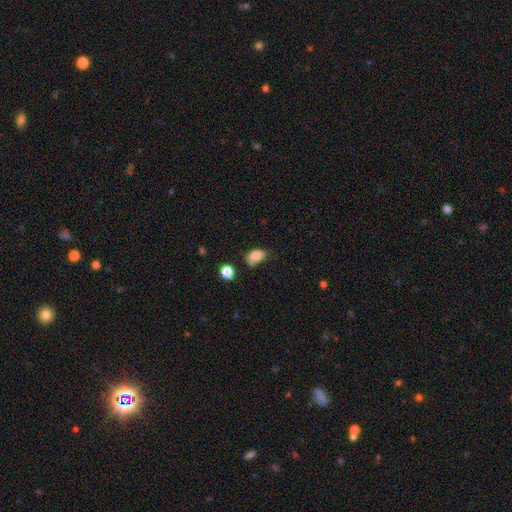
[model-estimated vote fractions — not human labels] A smooth galaxy with no disk features (79%) that is in between round and cigar-shaped (86%).

Vote fractions:
- Smooth or featured? smooth: 79% / featured or disk: 11% / star or artifact: 10%
- How rounded? in between: 86% / round: 12% / cigar-shaped: 2%
- Merging? none: 44% / minor disturbance: 38% / major disturbance: 12% / merger: 5%